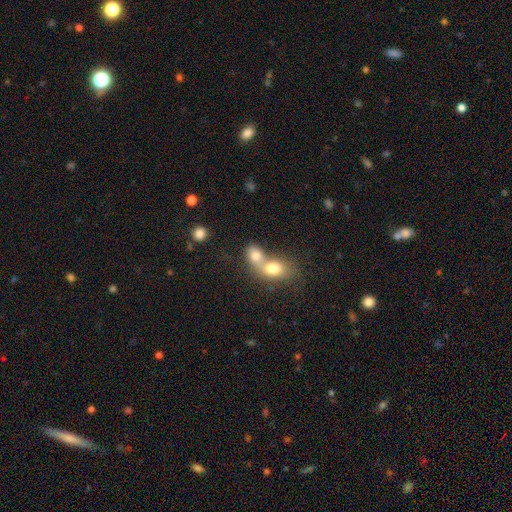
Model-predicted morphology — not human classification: type=smooth (77%); roundness=in between (63%); merging=merger (72%).